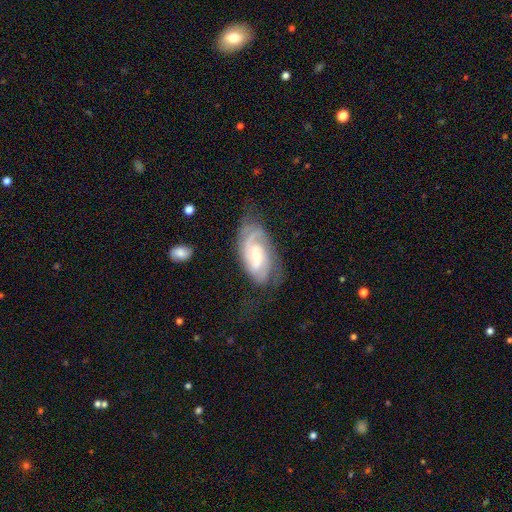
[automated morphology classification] This appears to be a featured or disk galaxy (82%) with no bar (46%), 2 (52%) tight (48%) spiral arms (96%) and a small central bulge (48%). Merging: none (61%).